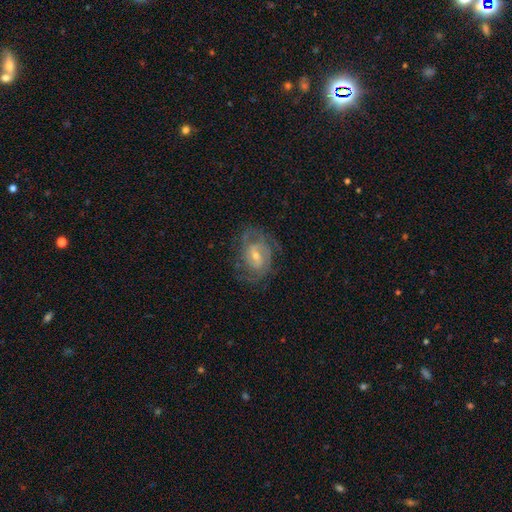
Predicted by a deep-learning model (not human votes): Smooth or featured: featured or disk — 79% (smooth — 14%)
Edge-on disk: no — 97% (yes — 3%)
Bar: weak — 53% (no — 32%)
Spiral arms: yes — 90% (no — 10%)
Spiral winding: tight — 45% (medium — 42%)
Spiral arm count: 2 — 48% (can't tell — 28%)
Bulge size: small — 55% (moderate — 41%)
Merging: none — 67% (minor disturbance — 19%)